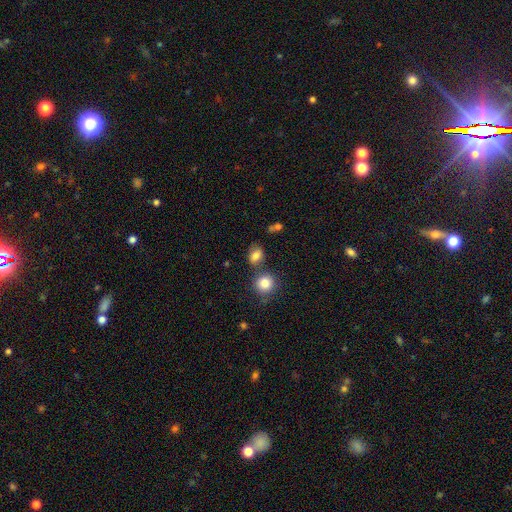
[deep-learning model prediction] Overall: smooth (80%). How rounded: in between (66%; round 32%). Merging: none (64%).